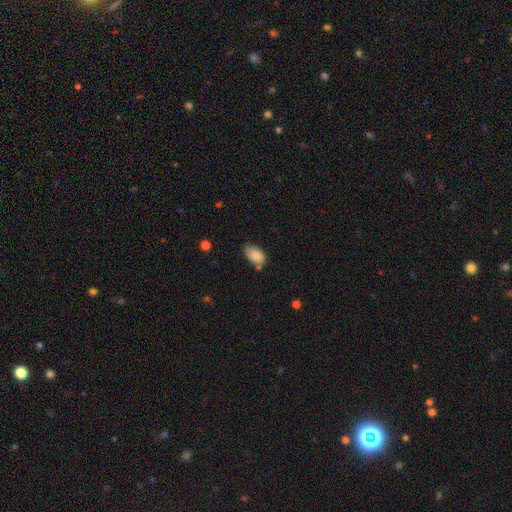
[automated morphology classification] Smooth or featured: smooth — 86% (star or artifact — 8%)
How rounded: in between — 91% (round — 8%)
Merging: none — 61% (minor disturbance — 26%)